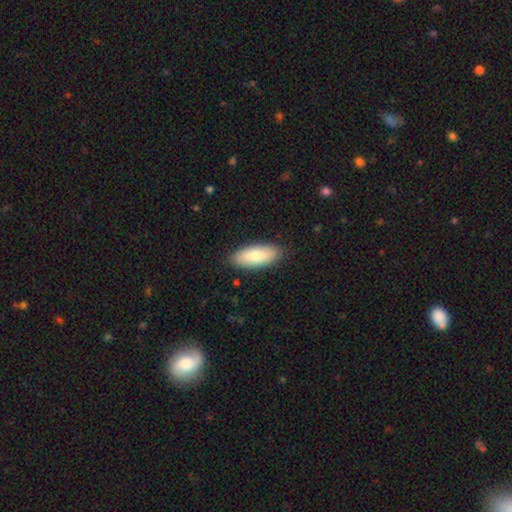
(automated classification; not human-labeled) Smooth or featured? Predicted: smooth (p=0.79). How rounded? Predicted: in between (p=0.83). Merging? Predicted: none (p=0.88).